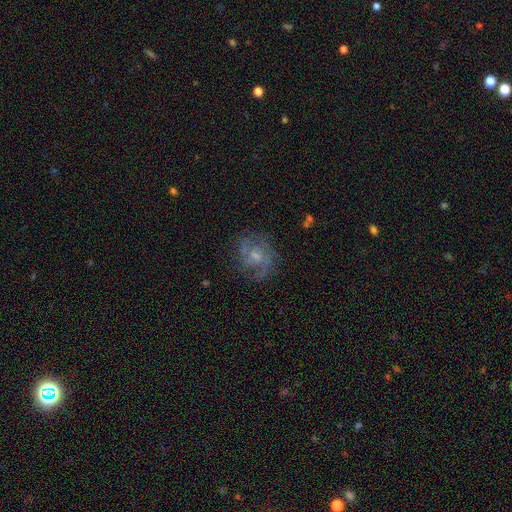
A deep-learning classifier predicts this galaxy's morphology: This appears to be a featured or disk galaxy (76%) with no bar (54%), 2 (56%) medium (50%) spiral arms (92%) and a small central bulge (45%). Merging: none (71%).